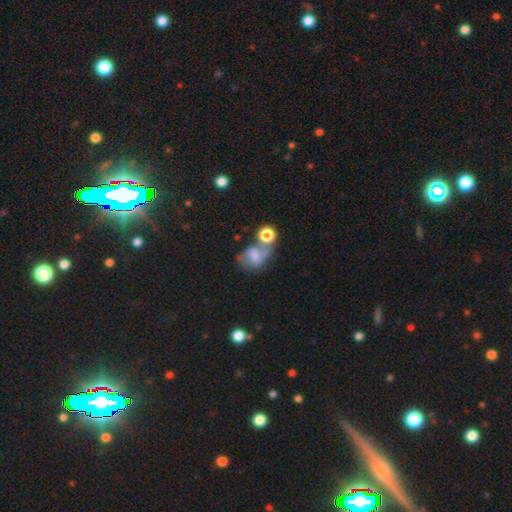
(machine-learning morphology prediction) Overall: smooth (45%; featured or disk 43%). Merging: merger (40%; none 25%).